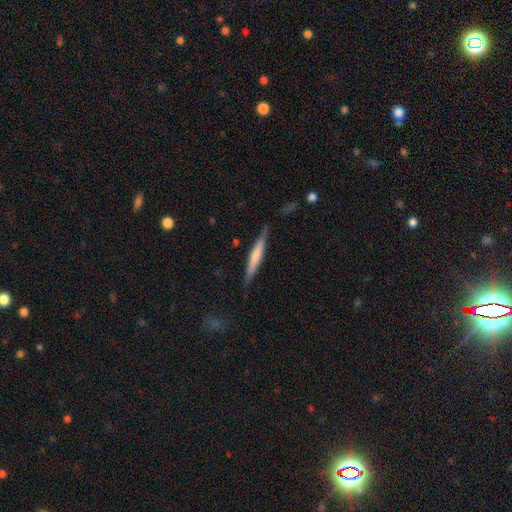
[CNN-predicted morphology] This is possibly a smooth galaxy (51%). How rounded: clearly cigar-shaped (94%). Merging: clearly none (84%).